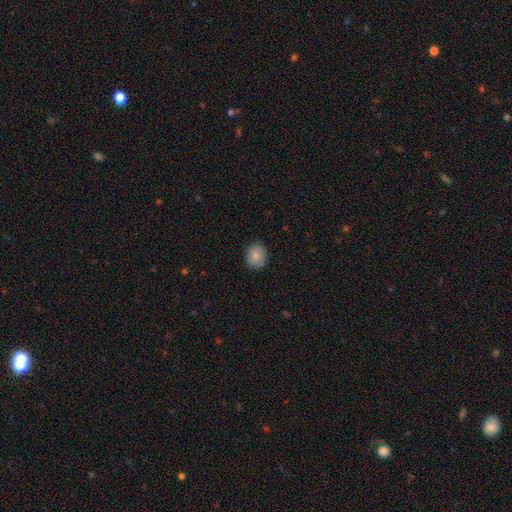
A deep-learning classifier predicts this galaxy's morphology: A smooth galaxy with no disk features (83%) that is round (70%). Merging: none (88%).